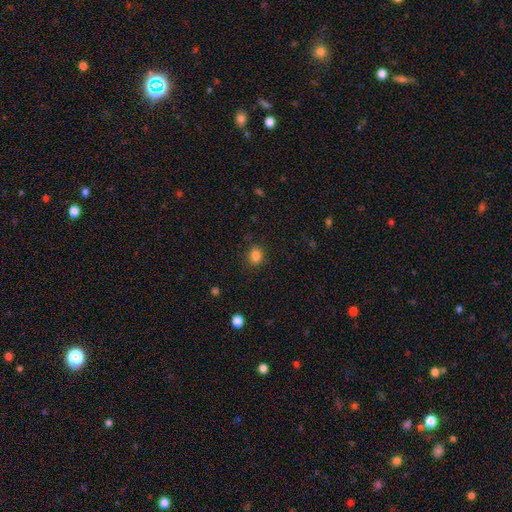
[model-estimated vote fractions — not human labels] The model was most divided on "how rounded": round: 71%, in between: 28%, cigar-shaped: 1%. More confident: merging — none (86%); smooth or featured — smooth (84%).